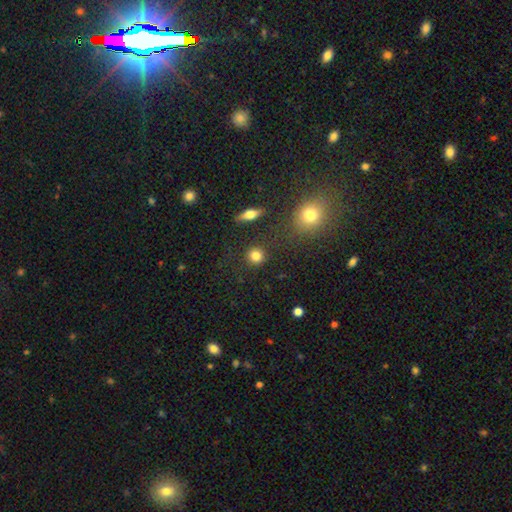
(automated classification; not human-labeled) Overall: smooth (84%). How rounded: round (90%). Merging: none (86%).